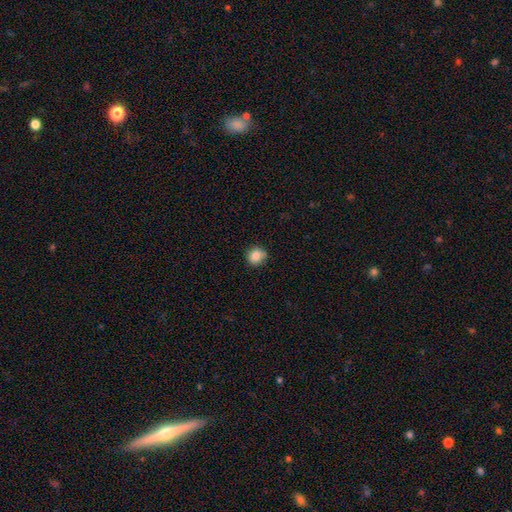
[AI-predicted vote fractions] Smooth or featured? Predicted: smooth (p=0.85). How rounded? Predicted: round (p=0.87). Merging? Predicted: none (p=0.80).